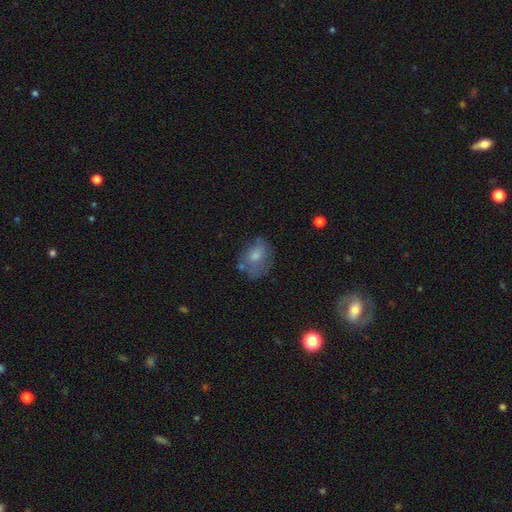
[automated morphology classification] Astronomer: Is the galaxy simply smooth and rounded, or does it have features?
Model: smooth — 68%.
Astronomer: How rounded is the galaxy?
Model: in between — 64%.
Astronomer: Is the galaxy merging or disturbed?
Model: none — 52%.